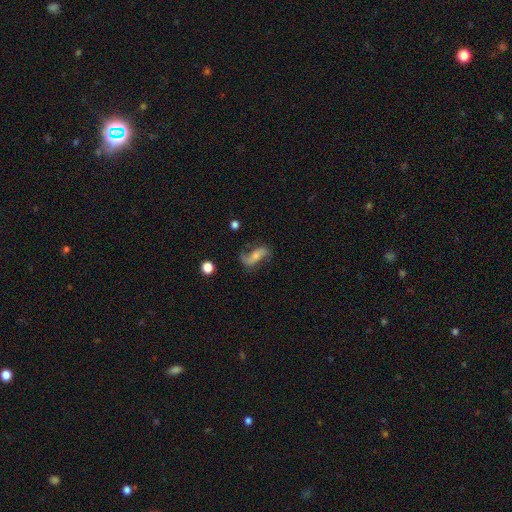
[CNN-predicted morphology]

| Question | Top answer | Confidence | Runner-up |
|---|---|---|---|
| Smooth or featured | featured or disk | 72% | smooth (19%) |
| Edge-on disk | no | 91% | yes (9%) |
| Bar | no | 38% | strong (31%) |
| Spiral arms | yes | 90% | no (10%) |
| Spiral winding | loose | 65% | medium (24%) |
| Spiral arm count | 2 | 86% | 1 (6%) |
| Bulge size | small | 51% | moderate (36%) |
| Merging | none | 66% | minor disturbance (19%) |